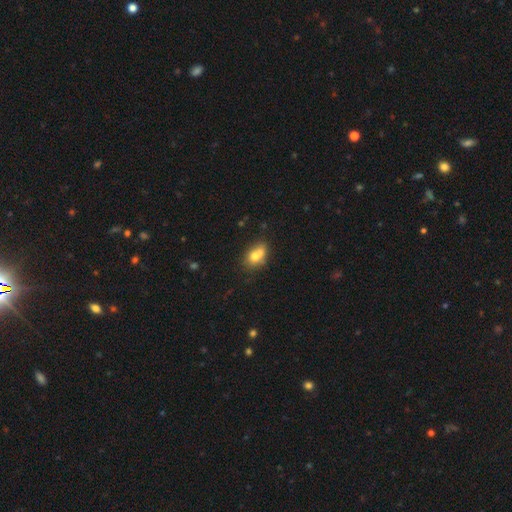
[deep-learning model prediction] The model was most divided on "merging": merger: 40%, none: 36%, minor disturbance: 17%, major disturbance: 7%. More confident: smooth or featured — smooth (70%); how rounded — in between (63%).